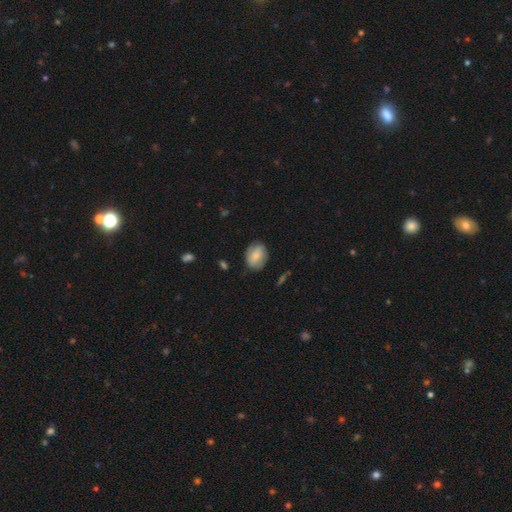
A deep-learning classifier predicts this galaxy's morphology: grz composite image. It shows a smooth galaxy with no disk features (73%) that is in between round and cigar-shaped (67%). Merging: none (75%).